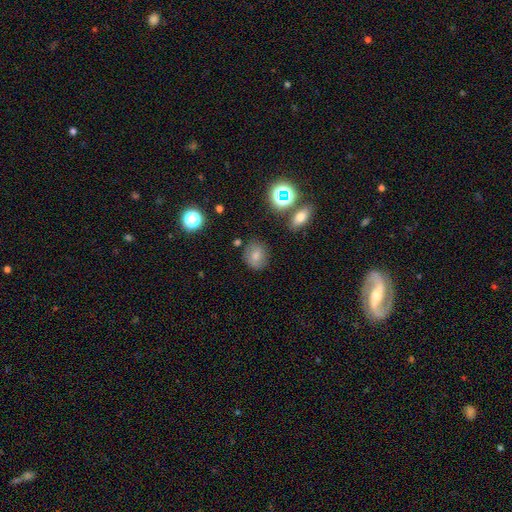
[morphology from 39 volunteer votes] This appears to be a smooth galaxy with no disk features (82%) that is round (84%). Merging: none (84%).